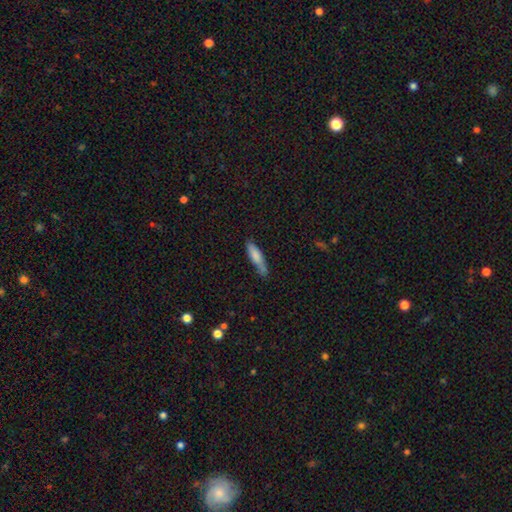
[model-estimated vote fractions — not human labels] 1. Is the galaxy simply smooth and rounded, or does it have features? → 77% smooth, 17% featured or disk, 6% star or artifact.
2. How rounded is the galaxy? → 78% cigar-shaped, 21% in between, 2% round.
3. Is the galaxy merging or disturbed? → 69% none, 23% minor disturbance, 4% major disturbance, 3% merger.